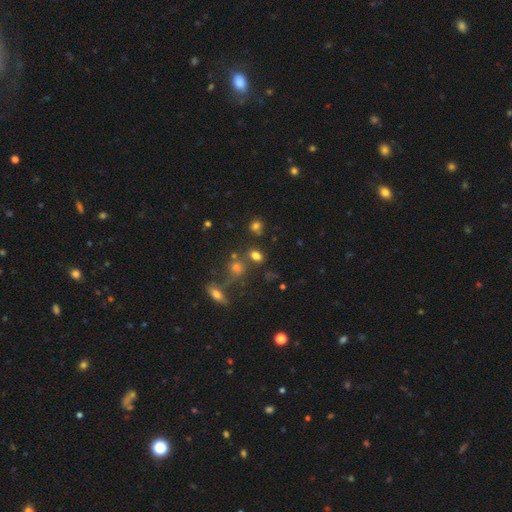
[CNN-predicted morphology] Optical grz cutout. It shows a smooth galaxy with no disk features (74%) that is in between round and cigar-shaped (54%). Merging: none (67%).